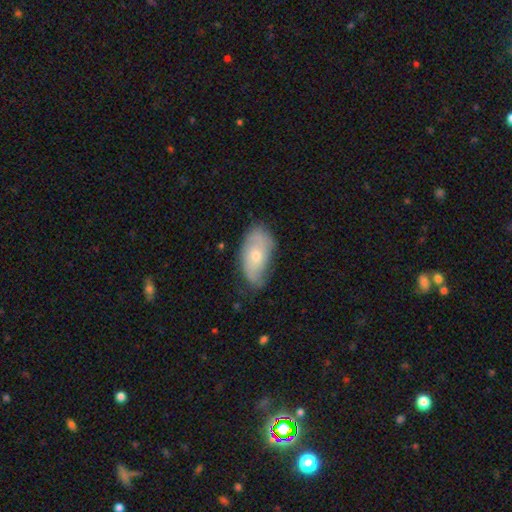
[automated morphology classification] smooth_or_featured: featured or disk (p=0.50) [alt: smooth p=0.43]
disk_edge_on: no (p=0.91) [alt: yes p=0.09]
merging: none (p=0.62) [alt: minor disturbance p=0.29]